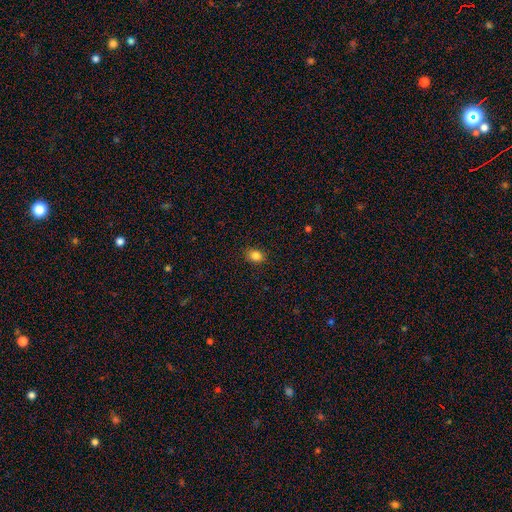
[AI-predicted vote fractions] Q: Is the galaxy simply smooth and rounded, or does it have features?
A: smooth — 84%.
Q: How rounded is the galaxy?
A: round — 51%.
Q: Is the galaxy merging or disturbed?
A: none — 88%.